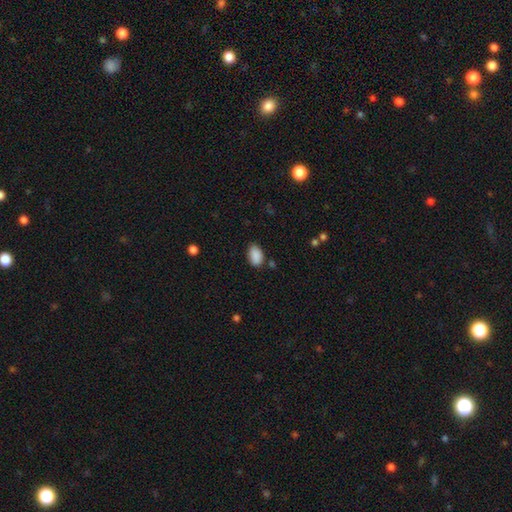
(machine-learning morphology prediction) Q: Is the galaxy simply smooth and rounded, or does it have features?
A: smooth — 89%.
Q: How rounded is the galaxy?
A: in between — 90%.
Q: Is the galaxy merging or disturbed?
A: none — 78%.